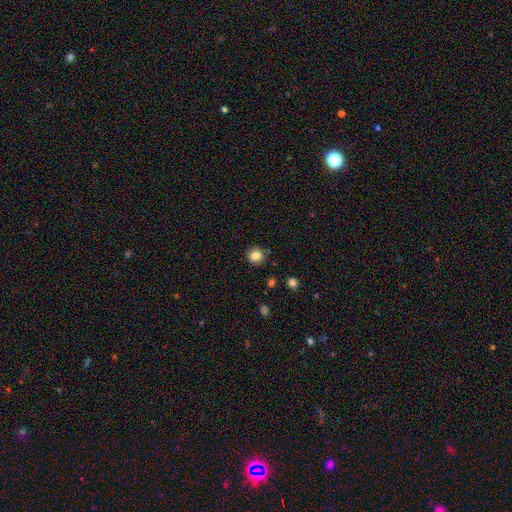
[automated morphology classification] Smooth or featured? smooth (84%)
How rounded? round (88%)
Merging? none (87%)